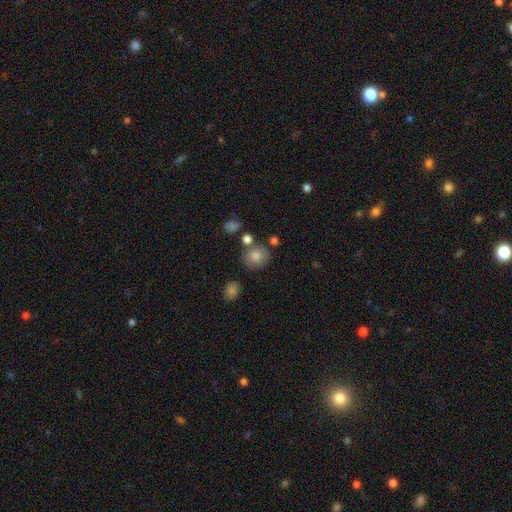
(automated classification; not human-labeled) Smooth or featured?
  - smooth: 79% *
  - featured or disk: 10%
  - star or artifact: 10%
How rounded?
  - round: 80% *
  - in between: 19%
  - cigar-shaped: 1%
Merging?
  - none: 71% *
  - minor disturbance: 13%
  - merger: 12%
  - major disturbance: 4%